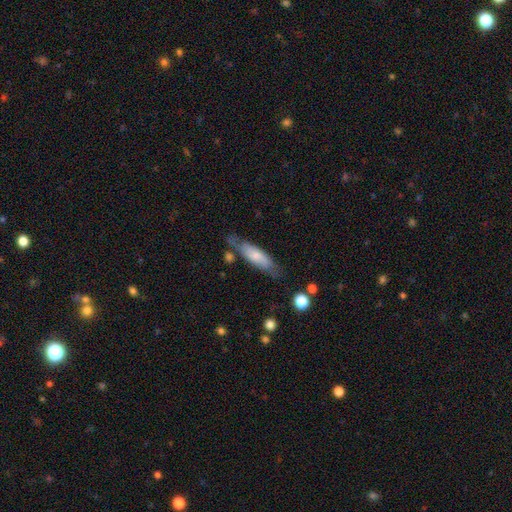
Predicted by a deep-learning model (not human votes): This is likely a smooth galaxy (65%). How rounded: possibly cigar-shaped (54%). Merging: likely none (62%).